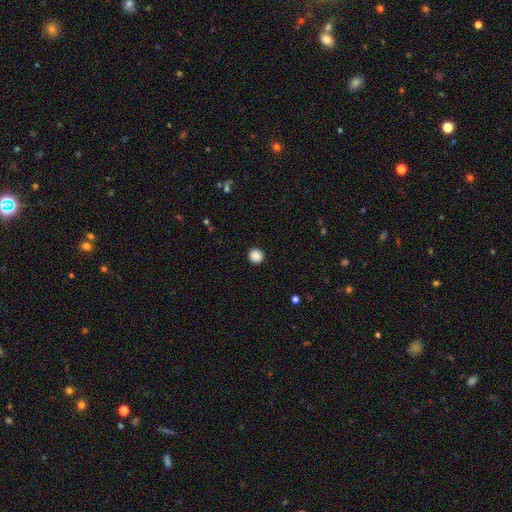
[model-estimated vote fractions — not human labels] Smooth or featured?
  - smooth: 88% *
  - star or artifact: 9%
  - featured or disk: 2%
How rounded?
  - round: 91% *
  - in between: 8%
  - cigar-shaped: 1%
Merging?
  - none: 93% *
  - minor disturbance: 5%
  - major disturbance: 2%
  - merger: 1%